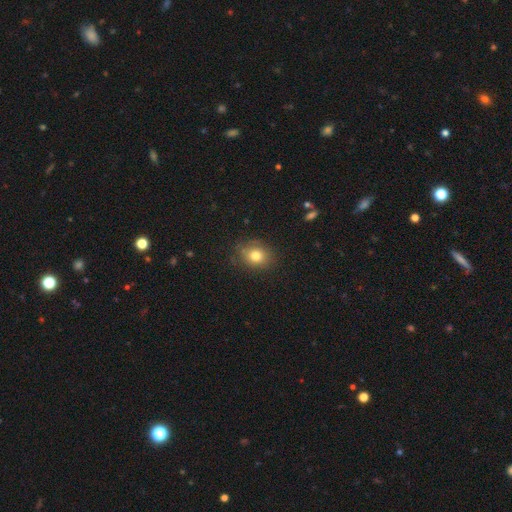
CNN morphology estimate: A smooth galaxy with no disk features (79%) that is round (57%).

Vote fractions:
- Smooth or featured? smooth: 79% / star or artifact: 11% / featured or disk: 10%
- How rounded? round: 57% / in between: 42% / cigar-shaped: 1%
- Merging? none: 79% / minor disturbance: 16% / major disturbance: 4% / merger: 1%